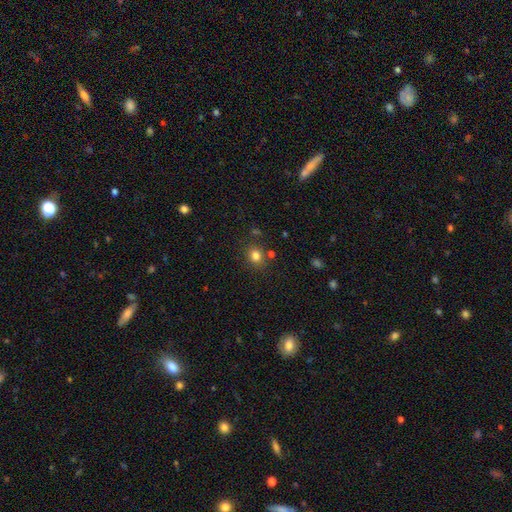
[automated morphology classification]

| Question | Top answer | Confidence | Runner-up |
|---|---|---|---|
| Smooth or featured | smooth | 80% | star or artifact (14%) |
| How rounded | round | 70% | in between (29%) |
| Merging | none | 80% | minor disturbance (10%) |